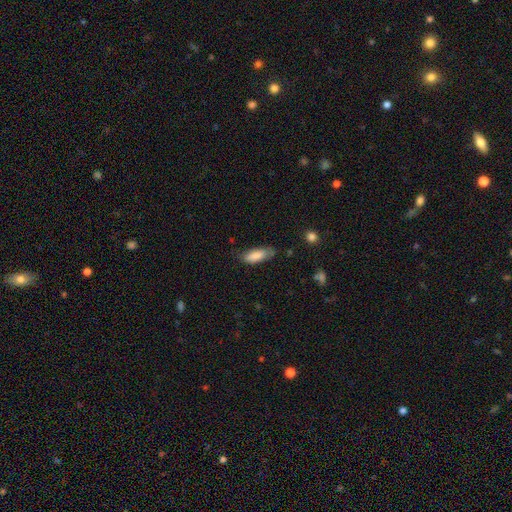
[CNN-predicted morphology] smooth 84%, featured or disk 9%, star or artifact 6%. Down the decision tree: how rounded — in between (68%); merging — none (66%).